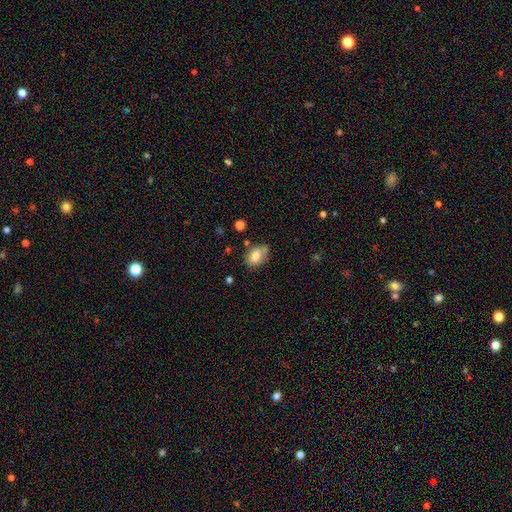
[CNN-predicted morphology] smooth_or_featured: smooth (p=0.78) [alt: featured or disk p=0.13]
how_rounded: in between (p=0.75) [alt: round p=0.24]
merging: none (p=0.61) [alt: minor disturbance p=0.25]